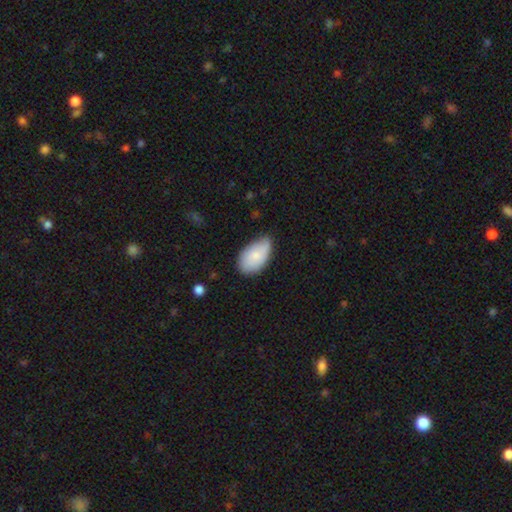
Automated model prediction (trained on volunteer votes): Smooth or featured? Predicted: smooth (p=0.79). How rounded? Predicted: in between (p=0.94). Merging? Predicted: none (p=0.57).